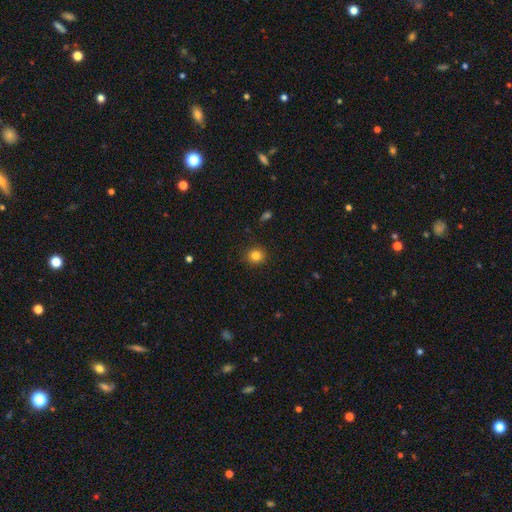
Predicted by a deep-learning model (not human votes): Q: Smooth or featured?
A: smooth (83%); runner-up: star or artifact (12%)
Q: How rounded?
A: round (87%); runner-up: in between (12%)
Q: Merging?
A: none (90%); runner-up: minor disturbance (7%)